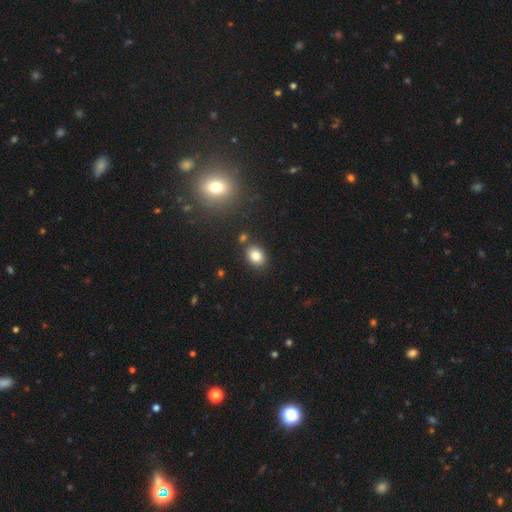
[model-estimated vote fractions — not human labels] Overall: smooth (83%). How rounded: in between (67%; round 32%). Merging: none (82%).